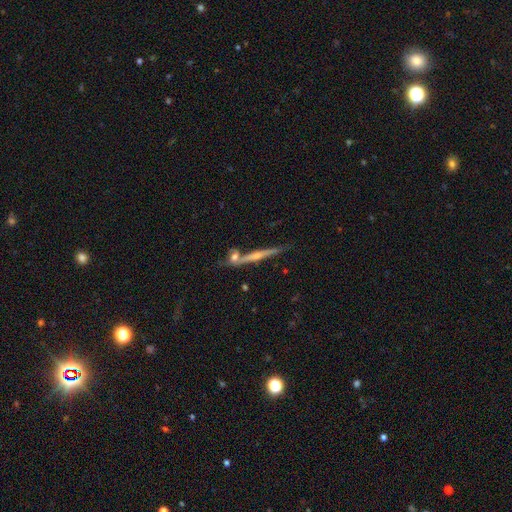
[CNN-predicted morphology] Q: Smooth or featured?
A: featured or disk (70%); runner-up: smooth (21%)
Q: Edge-on disk?
A: yes (96%); runner-up: no (4%)
Q: Edge-on bulge?
A: rounded (58%); runner-up: none (32%)
Q: Merging?
A: none (72%); runner-up: merger (14%)